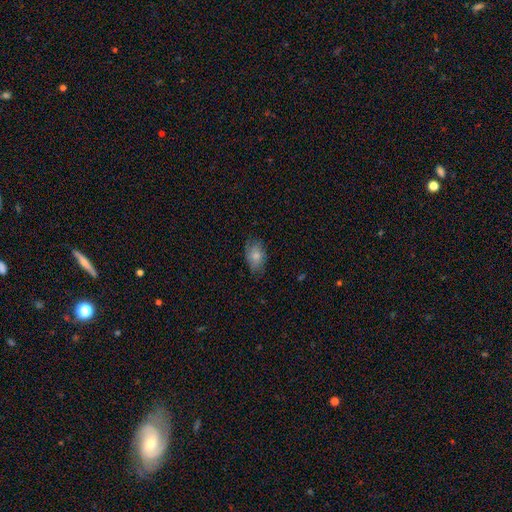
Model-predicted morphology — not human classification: This is likely a smooth galaxy (75%). How rounded: clearly in between (87%). Merging: likely none (69%).